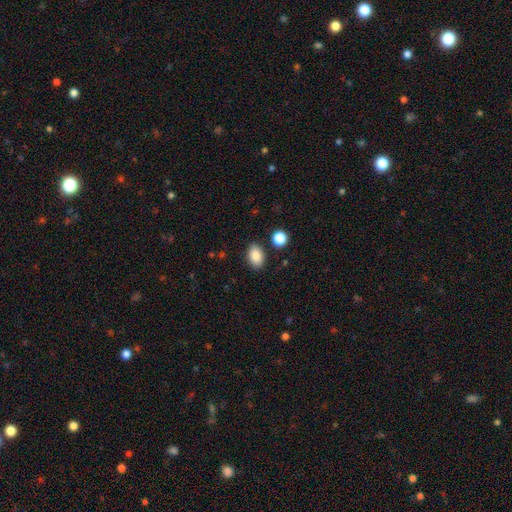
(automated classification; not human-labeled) Morphology: type=smooth (86%); roundness=in between (87%); merging=none (85%).